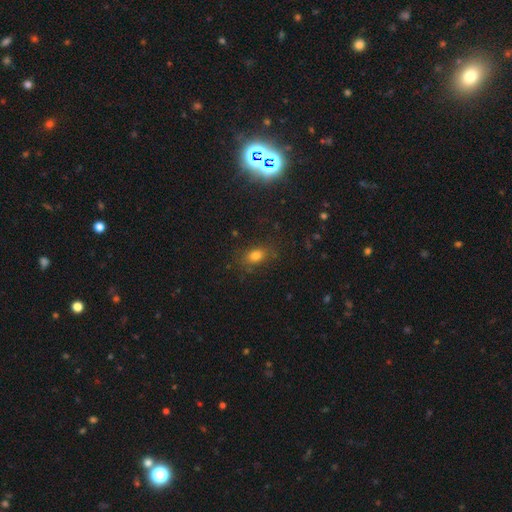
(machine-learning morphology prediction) This is likely a smooth galaxy (76%). How rounded: likely in between (66%). Merging: likely none (79%).